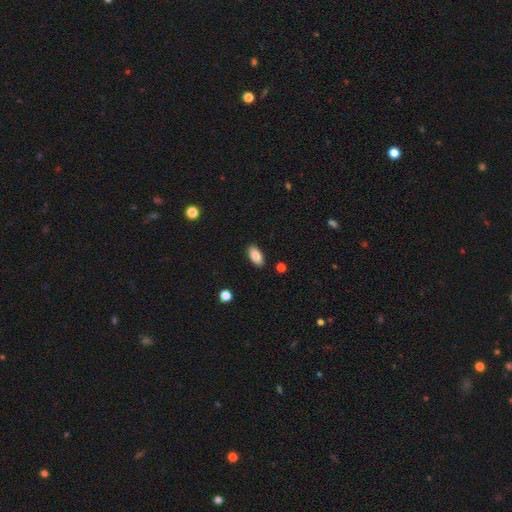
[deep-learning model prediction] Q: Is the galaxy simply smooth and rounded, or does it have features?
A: smooth — 88%.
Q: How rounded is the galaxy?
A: in between — 91%.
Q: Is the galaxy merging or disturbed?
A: none — 89%.